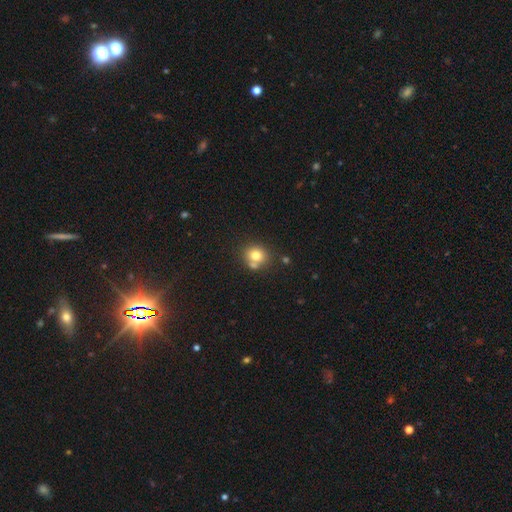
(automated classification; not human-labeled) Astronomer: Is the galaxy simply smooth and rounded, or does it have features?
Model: smooth — 76%.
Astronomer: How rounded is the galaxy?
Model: round — 79%.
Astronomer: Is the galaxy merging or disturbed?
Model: none — 61%.